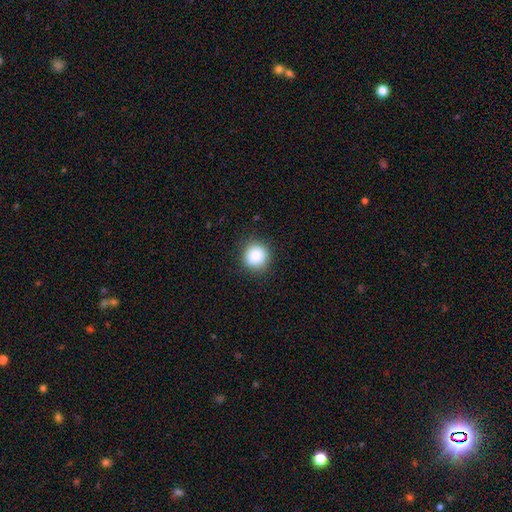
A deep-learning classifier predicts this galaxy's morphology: Smooth or featured? Predicted: smooth (p=0.87). How rounded? Predicted: round (p=0.92). Merging? Predicted: none (p=0.89).